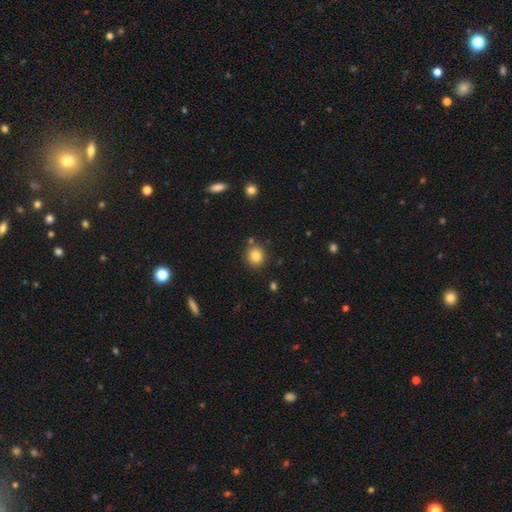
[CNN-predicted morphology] Smooth or featured? smooth (81%)
How rounded? round (83%)
Merging? none (83%)